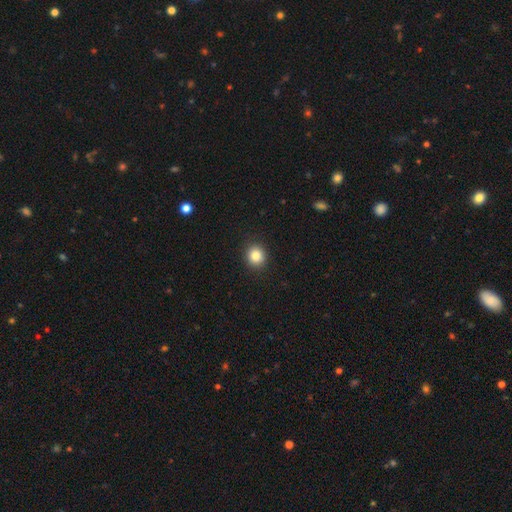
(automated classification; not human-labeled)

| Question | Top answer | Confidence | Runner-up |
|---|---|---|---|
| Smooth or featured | smooth | 85% | star or artifact (10%) |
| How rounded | round | 86% | in between (13%) |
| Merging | none | 92% | minor disturbance (5%) |